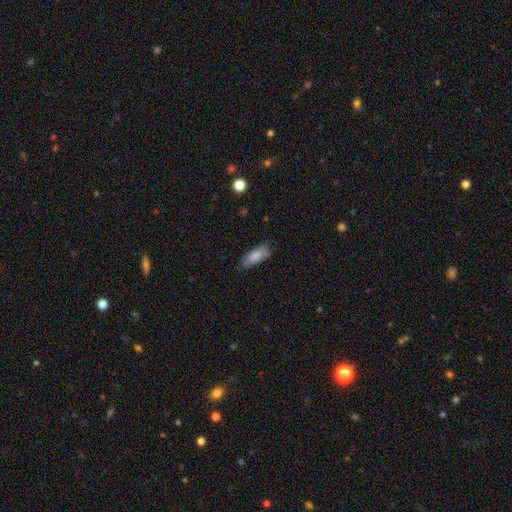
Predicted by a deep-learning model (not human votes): Smooth or featured?
  - smooth: 83% *
  - featured or disk: 11%
  - star or artifact: 7%
How rounded?
  - in between: 73% *
  - cigar-shaped: 25%
  - round: 2%
Merging?
  - none: 67% *
  - minor disturbance: 26%
  - major disturbance: 5%
  - merger: 2%